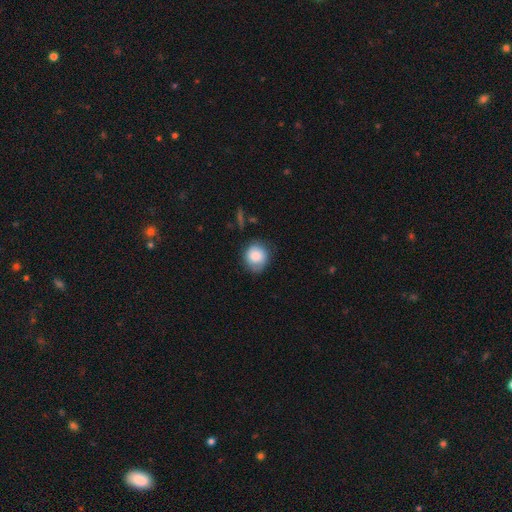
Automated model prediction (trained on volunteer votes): The model was most divided on "merging": none: 72%, minor disturbance: 21%, major disturbance: 5%, merger: 2%. More confident: smooth or featured — smooth (85%); how rounded — round (77%).